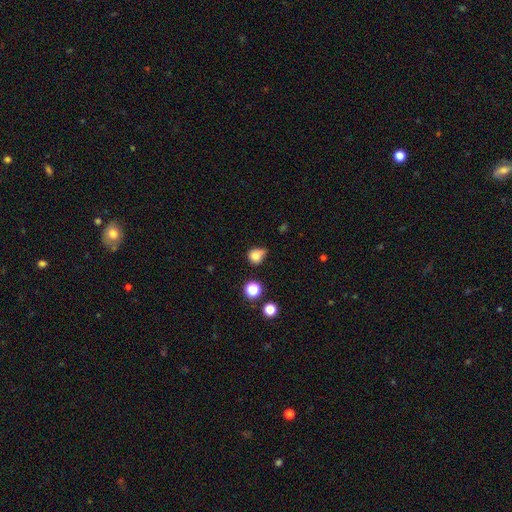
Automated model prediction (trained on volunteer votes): Smooth or featured: smooth — 79% (star or artifact — 13%)
How rounded: round — 77% (in between — 22%)
Merging: none — 47% (minor disturbance — 37%)